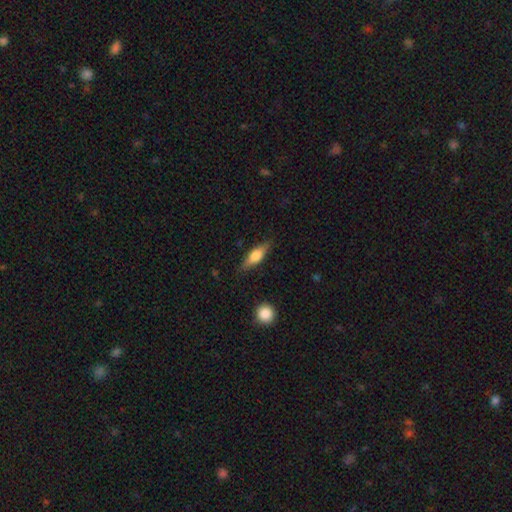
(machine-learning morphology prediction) A smooth galaxy with no disk features (49%). Merging: none (85%).